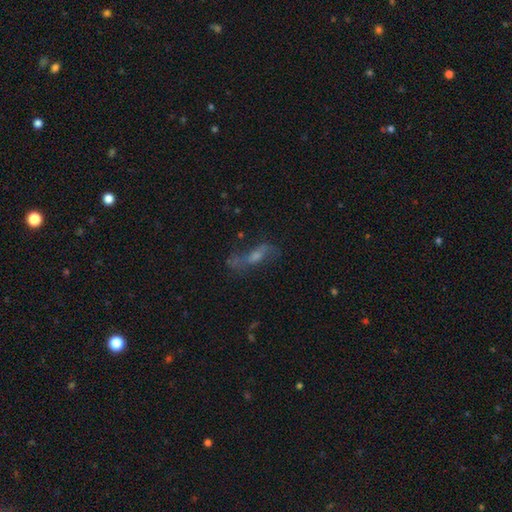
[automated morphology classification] Overall: featured or disk (59%; smooth 25%). Edge-on disk: no (78%). Merging: none (53%; minor disturbance 20%).